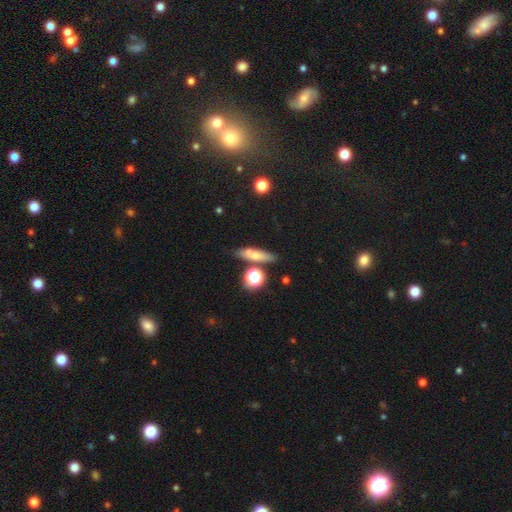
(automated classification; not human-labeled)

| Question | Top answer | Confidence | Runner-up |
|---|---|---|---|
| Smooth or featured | smooth | 62% | featured or disk (24%) |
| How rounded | cigar-shaped | 61% | in between (27%) |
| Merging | none | 71% | minor disturbance (14%) |